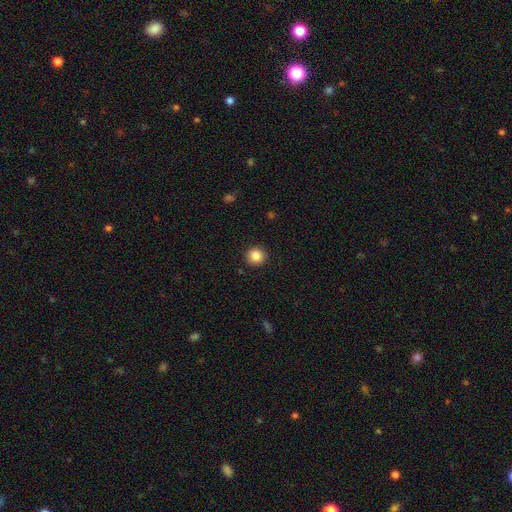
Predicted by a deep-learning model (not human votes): Overall: smooth (85%). How rounded: round (93%). Merging: none (91%).